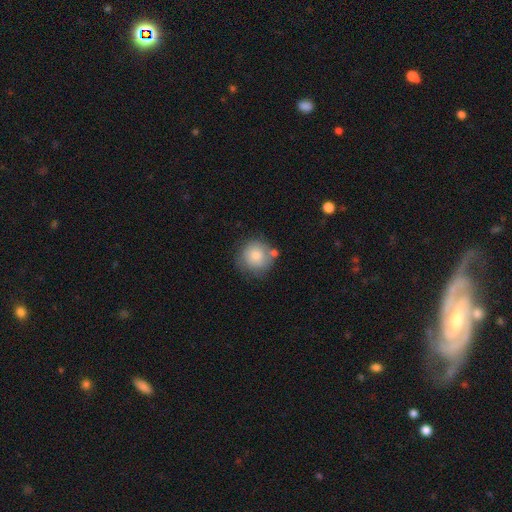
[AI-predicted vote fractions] Smooth or featured? Predicted: smooth (p=0.77). How rounded? Predicted: round (p=0.92). Merging? Predicted: none (p=0.63).